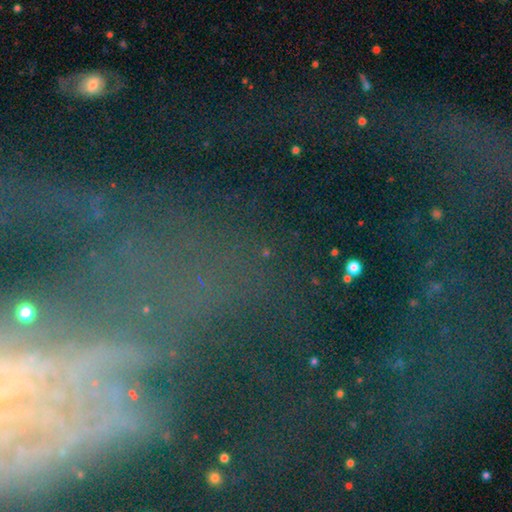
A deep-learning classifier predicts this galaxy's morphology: smooth_or_featured: star or artifact (p=0.49) [alt: featured or disk p=0.35]